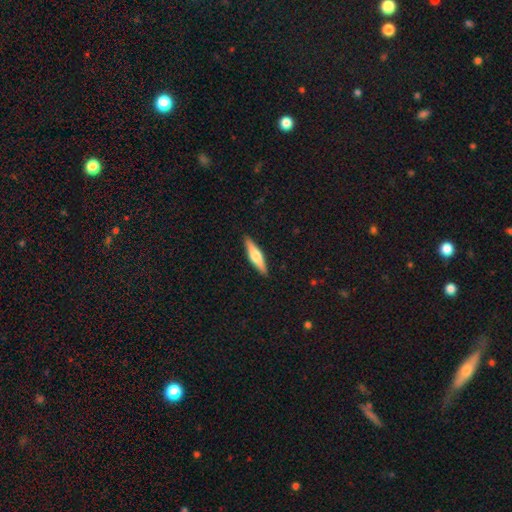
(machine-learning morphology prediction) This is possibly a featured or disk galaxy (51%). It is clearly viewed edge-on (96%). Merging: clearly none (91%).